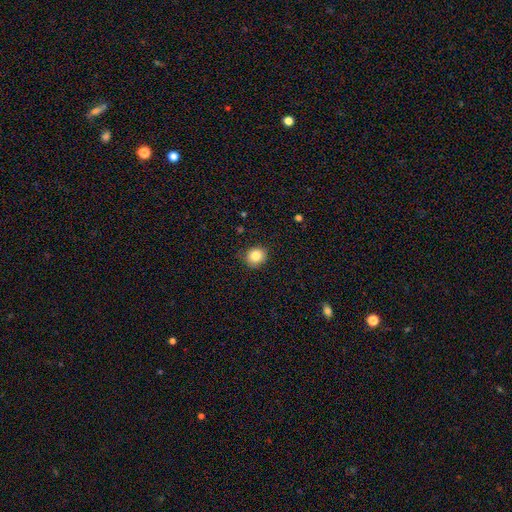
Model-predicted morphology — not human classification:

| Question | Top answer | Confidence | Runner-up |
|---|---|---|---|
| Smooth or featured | smooth | 84% | star or artifact (10%) |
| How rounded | round | 80% | in between (19%) |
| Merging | none | 84% | minor disturbance (13%) |